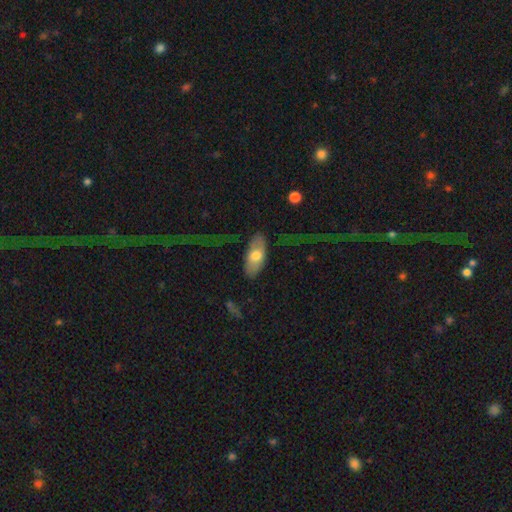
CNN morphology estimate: smooth 61%, featured or disk 33%, star or artifact 5%. Down the decision tree: how rounded — in between (87%); merging — none (68%).